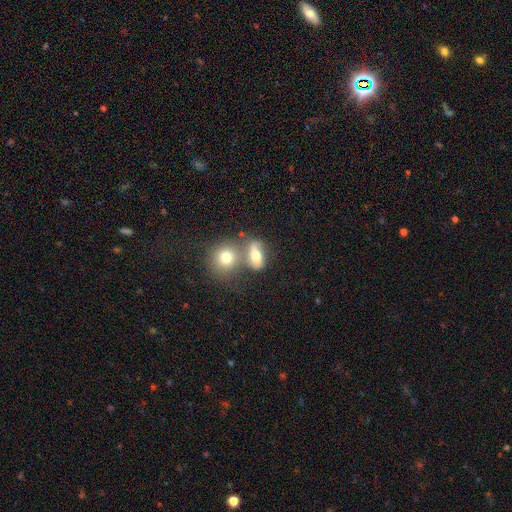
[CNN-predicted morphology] smooth_or_featured: smooth (p=0.61) [alt: featured or disk p=0.28]
how_rounded: in between (p=0.65) [alt: round p=0.29]
merging: merger (p=0.42) [alt: none p=0.37]